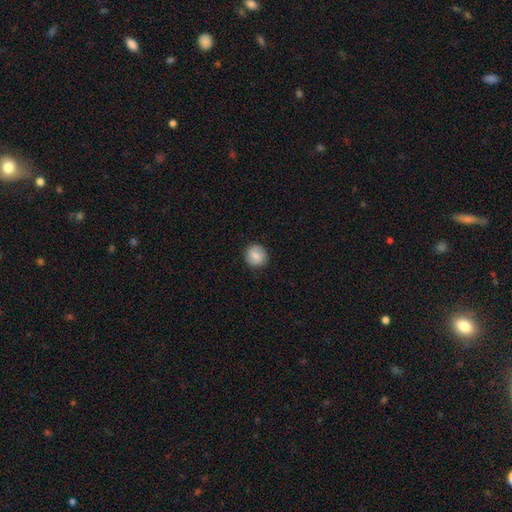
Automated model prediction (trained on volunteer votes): smooth_or_featured: smooth (p=0.78) [alt: featured or disk p=0.14]
how_rounded: round (p=0.90) [alt: in between p=0.09]
merging: none (p=0.88) [alt: minor disturbance p=0.08]